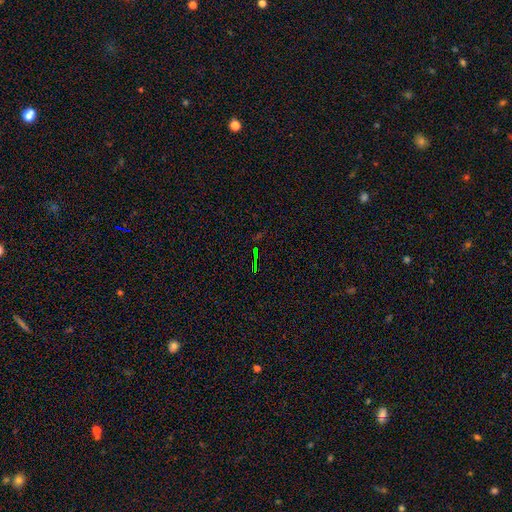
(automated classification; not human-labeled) star or artifact 71%, smooth 15%, featured or disk 14%.